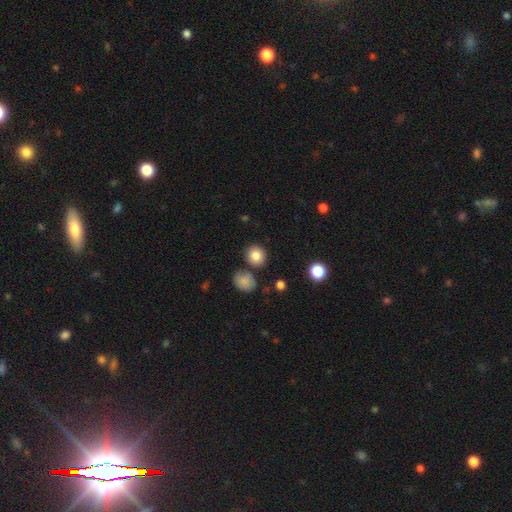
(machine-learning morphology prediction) This is clearly a smooth galaxy (84%). How rounded: clearly round (85%). Merging: clearly none (81%).